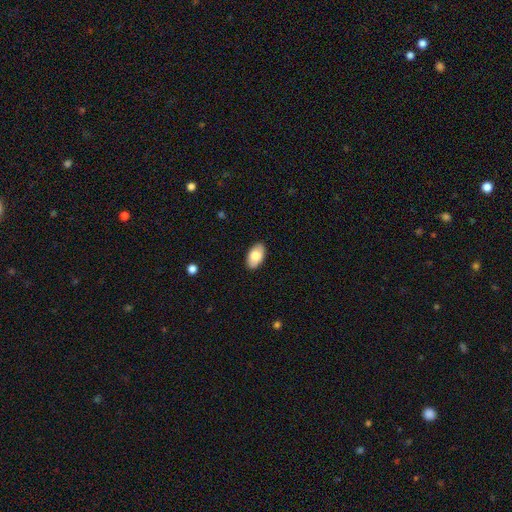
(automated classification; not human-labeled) Morphology: type=smooth (80%); roundness=in between (95%); merging=none (88%).